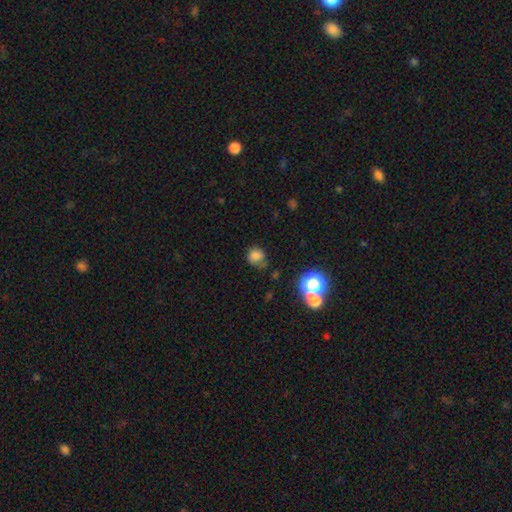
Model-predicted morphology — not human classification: Smooth or featured? smooth (75%)
How rounded? round (77%)
Merging? none (61%)